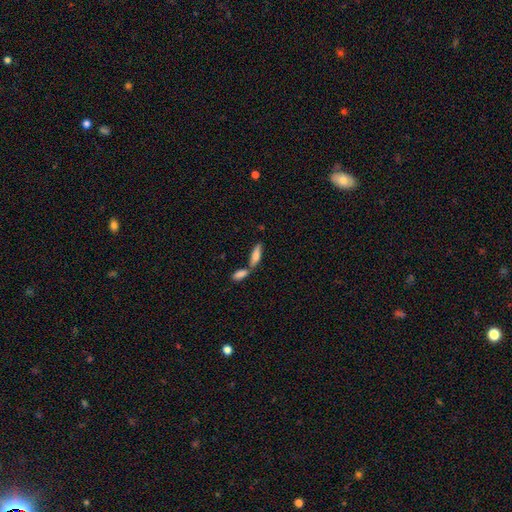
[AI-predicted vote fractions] This appears to be a smooth galaxy with no disk features (75%) that is in between round and cigar-shaped (51%). Merging: merger (50%).